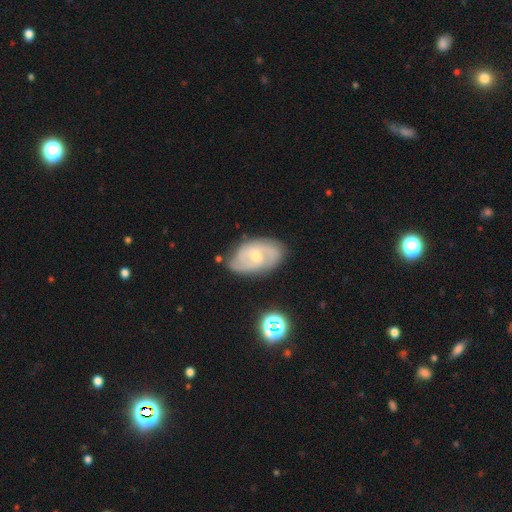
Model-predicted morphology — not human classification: featured or disk 79%, smooth 15%, star or artifact 7%. Down the decision tree: edge-on disk — no (96%); bar — no (54%); spiral arms — yes (93%); spiral arm count — 2 (60%); spiral winding — tight (45%); bulge size — small (52%); merging — none (72%).